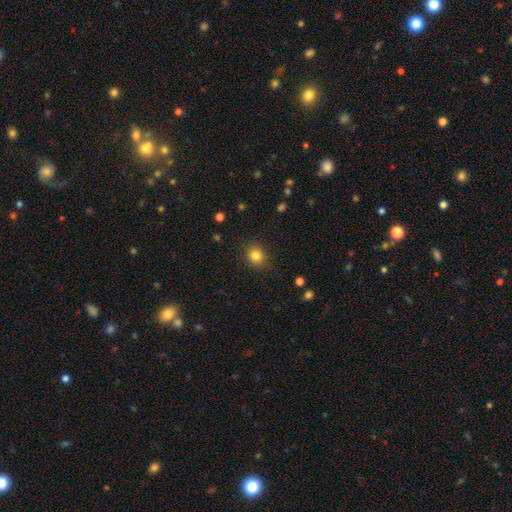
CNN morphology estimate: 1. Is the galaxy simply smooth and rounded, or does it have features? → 83% smooth, 11% star or artifact, 6% featured or disk.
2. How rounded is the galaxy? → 78% round, 21% in between, 1% cigar-shaped.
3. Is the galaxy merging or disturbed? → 88% none, 8% minor disturbance, 3% major disturbance, 1% merger.